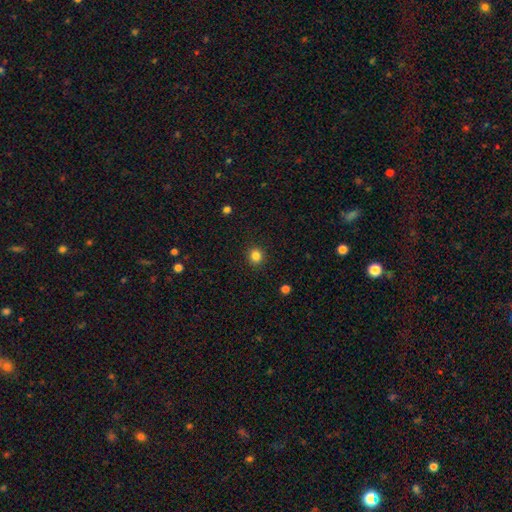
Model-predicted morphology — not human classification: The model was most divided on "smooth or featured": smooth: 84%, star or artifact: 12%, featured or disk: 4%. More confident: merging — none (92%); how rounded — round (91%).